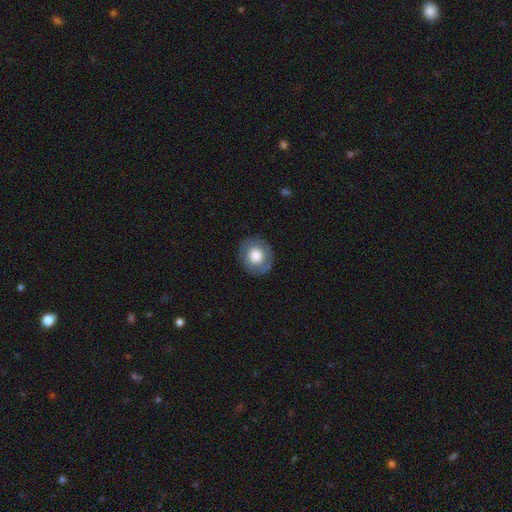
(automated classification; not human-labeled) Smooth or featured? smooth (72%)
How rounded? round (82%)
Merging? none (85%)